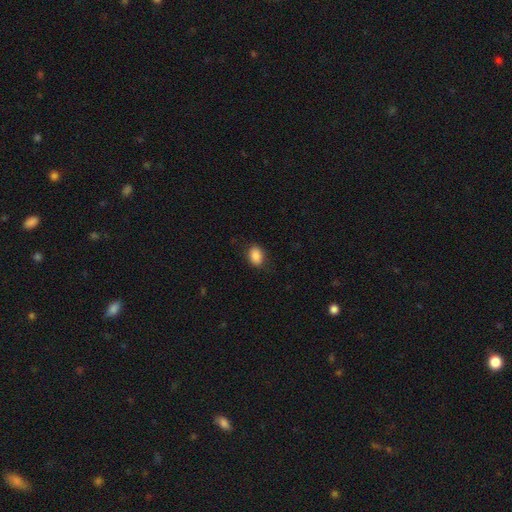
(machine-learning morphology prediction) smooth-or-featured: smooth: 88% | star or artifact: 8% | featured or disk: 4%
  how-rounded: in between: 79% | round: 20% | cigar-shaped: 1%
  merging: none: 85% | minor disturbance: 11% | major disturbance: 3% | merger: 1%